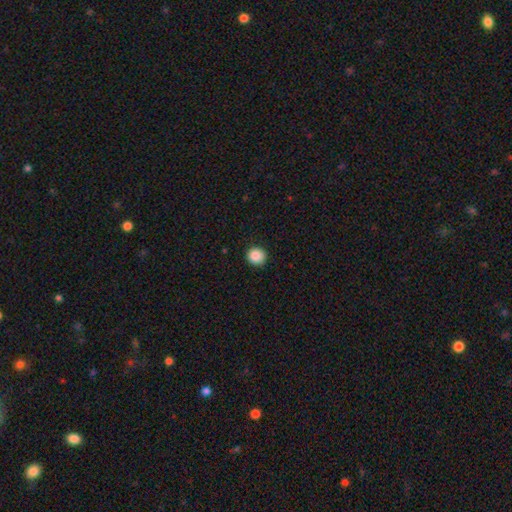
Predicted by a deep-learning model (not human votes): Smooth or featured? Predicted: smooth (p=0.88). How rounded? Predicted: round (p=0.92). Merging? Predicted: none (p=0.91).